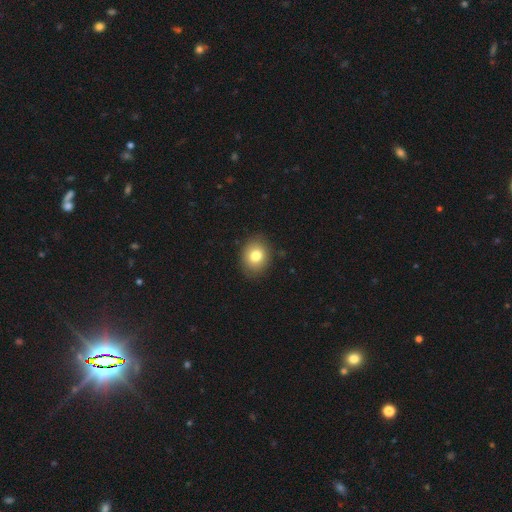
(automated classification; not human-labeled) smooth 79%, featured or disk 11%, star or artifact 10%. Down the decision tree: how rounded — round (57%); merging — none (86%).